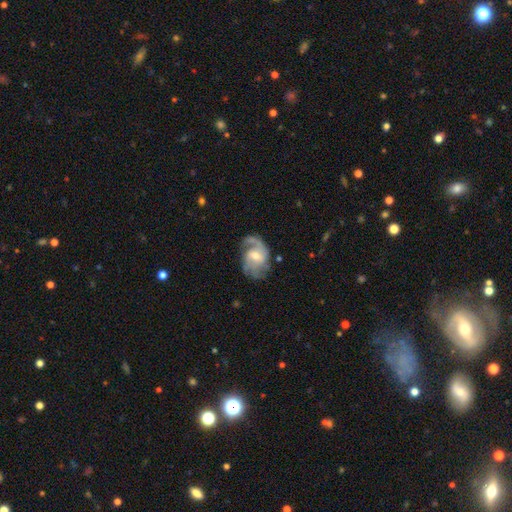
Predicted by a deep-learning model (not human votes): featured or disk 83%, smooth 12%, star or artifact 5%. Down the decision tree: edge-on disk — no (97%); bar — weak (57%); spiral arms — yes (94%); spiral arm count — 2 (64%); spiral winding — medium (50%); bulge size — moderate (52%); merging — none (62%).